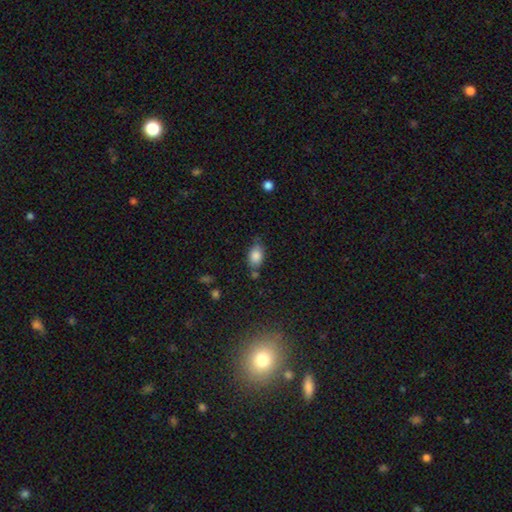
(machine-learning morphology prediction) This appears to be a smooth galaxy with no disk features (84%) that is in between round and cigar-shaped (87%). Merging: none (63%).